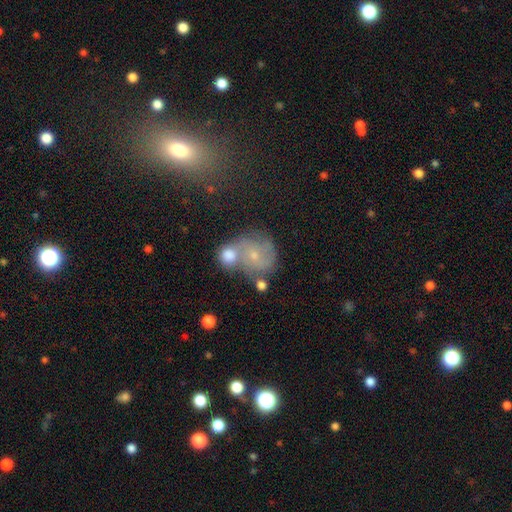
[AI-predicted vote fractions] Smooth or featured? featured or disk (52%)
Edge-on disk? no (97%)
Bar? no (67%)
Spiral arms? yes (78%)
Bulge size? small (68%)
Merging? merger (42%)